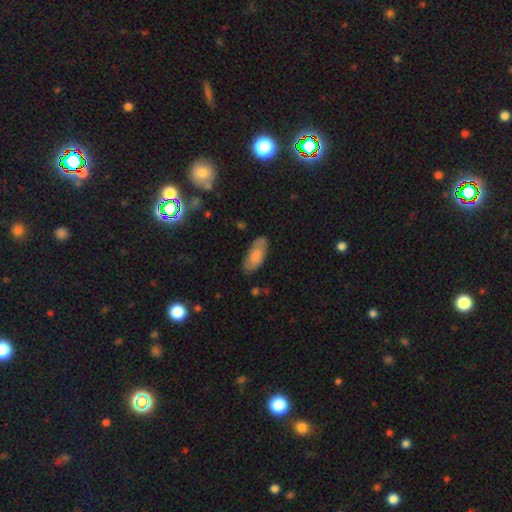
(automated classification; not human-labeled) A smooth galaxy with no disk features (68%) that is in between round and cigar-shaped (87%).

Vote fractions:
- Smooth or featured? smooth: 68% / featured or disk: 25% / star or artifact: 6%
- How rounded? in between: 87% / cigar-shaped: 10% / round: 2%
- Merging? none: 76% / minor disturbance: 18% / major disturbance: 4% / merger: 2%